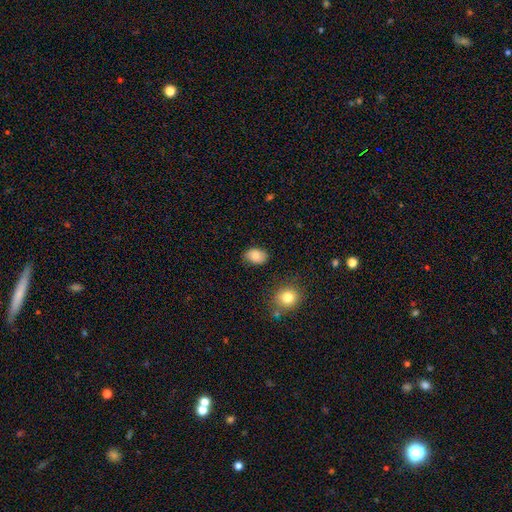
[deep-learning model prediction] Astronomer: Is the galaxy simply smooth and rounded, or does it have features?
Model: smooth — 83%.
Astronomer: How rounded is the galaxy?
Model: in between — 79%.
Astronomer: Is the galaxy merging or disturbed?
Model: none — 80%.